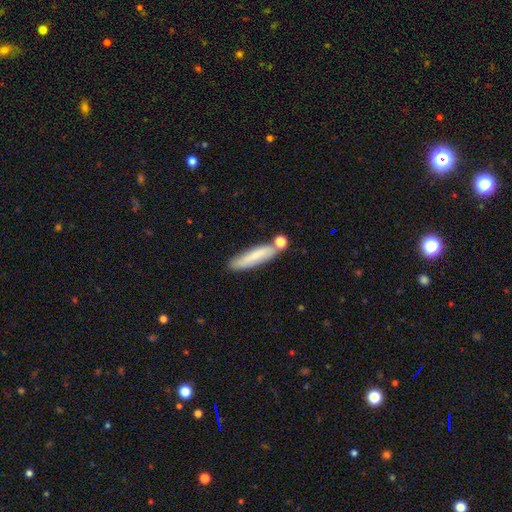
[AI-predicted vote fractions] A smooth galaxy with no disk features (68%) that is cigar-shaped (79%). Merging: none (66%).